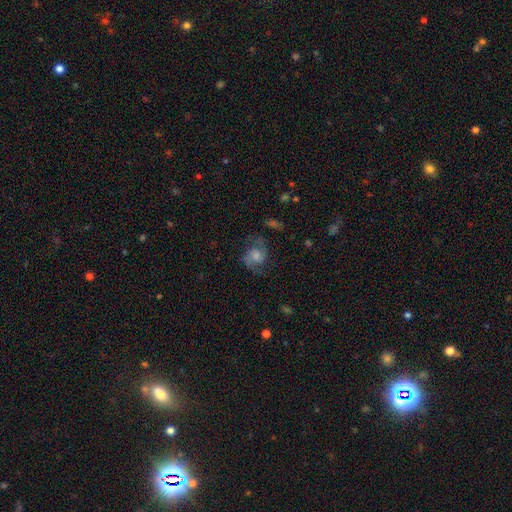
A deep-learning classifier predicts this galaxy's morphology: The model was most divided on "spiral winding": medium: 49%, loose: 36%, tight: 16%. Remaining: edge-on disk — no (97%); spiral arms — yes (88%); spiral arm count — 2 (85%); bar — no (65%); smooth or featured — featured or disk (60%); merging — none (60%); bulge size — moderate (36%).